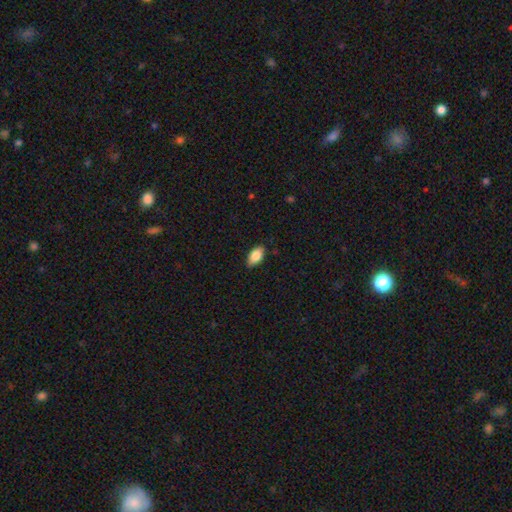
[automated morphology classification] Smooth or featured: smooth — 86% (featured or disk — 8%)
How rounded: in between — 93% (cigar-shaped — 4%)
Merging: none — 86% (minor disturbance — 11%)